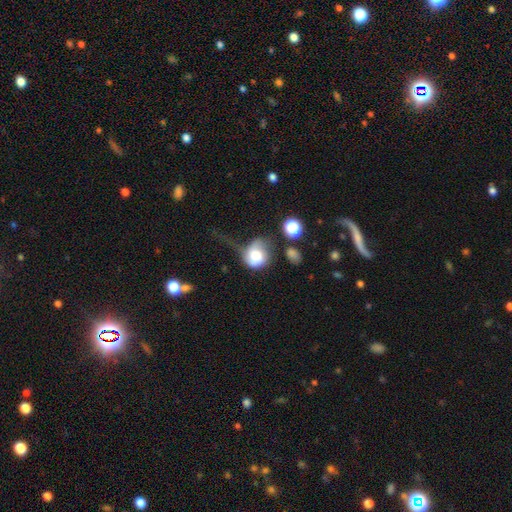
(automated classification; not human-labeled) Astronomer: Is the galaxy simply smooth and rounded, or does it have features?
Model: smooth — 61%.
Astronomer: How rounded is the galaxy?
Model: round — 69%.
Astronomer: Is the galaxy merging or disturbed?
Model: major disturbance — 48%.